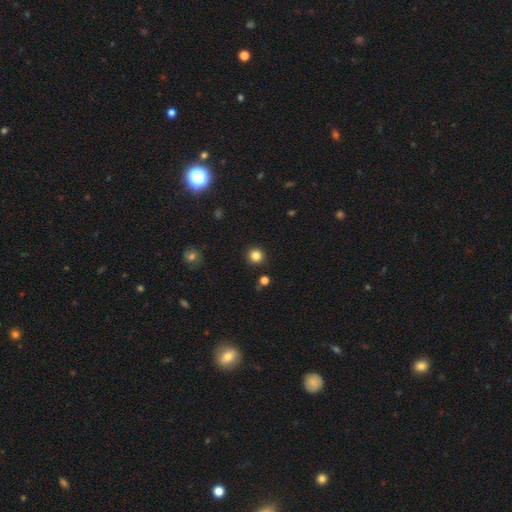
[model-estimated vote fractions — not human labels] A smooth galaxy with no disk features (83%) that is round (94%).

Vote fractions:
- Smooth or featured? smooth: 83% / star or artifact: 13% / featured or disk: 4%
- How rounded? round: 94% / in between: 5% / cigar-shaped: 1%
- Merging? none: 92% / minor disturbance: 5% / major disturbance: 2% / merger: 2%